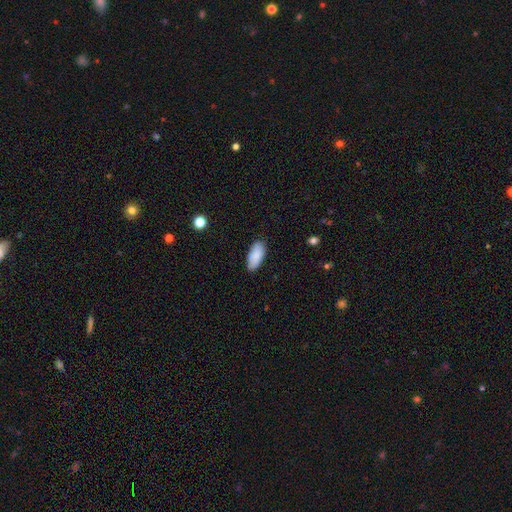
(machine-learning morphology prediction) Smooth or featured: smooth — 87% (featured or disk — 7%)
How rounded: in between — 88% (cigar-shaped — 10%)
Merging: none — 81% (minor disturbance — 15%)